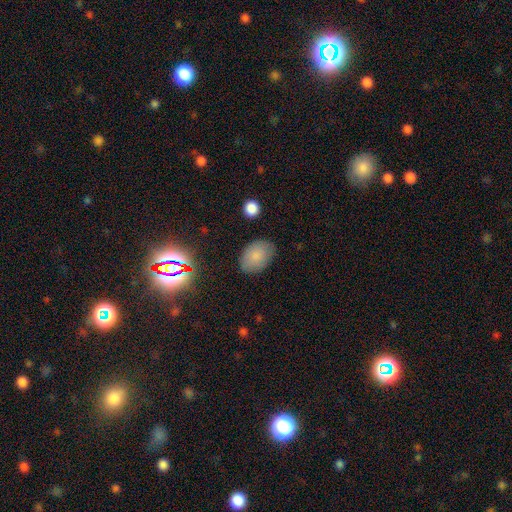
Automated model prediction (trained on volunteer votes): A smooth galaxy with no disk features (81%) that is in between round and cigar-shaped (85%). Merging: none (83%).